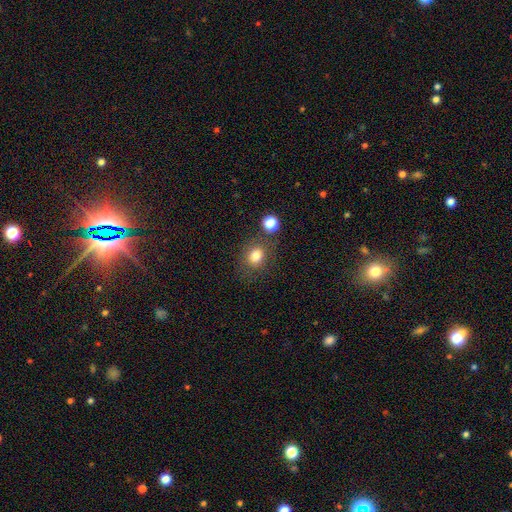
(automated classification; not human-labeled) This is clearly a smooth galaxy (81%). How rounded: likely round (63%). Merging: likely none (72%).